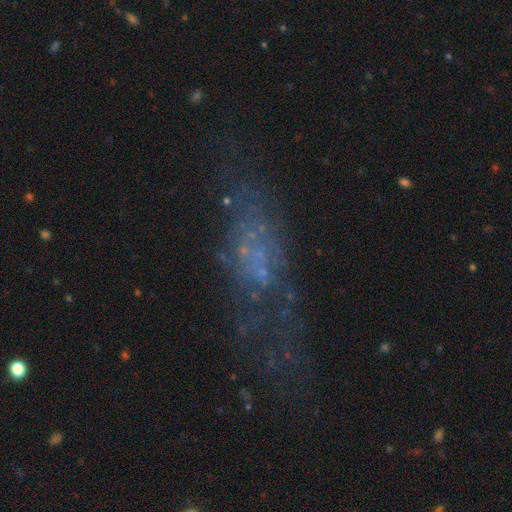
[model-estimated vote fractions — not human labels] Q: Smooth or featured?
A: featured or disk (46%); runner-up: smooth (32%)
Q: Merging?
A: none (47%); runner-up: major disturbance (27%)